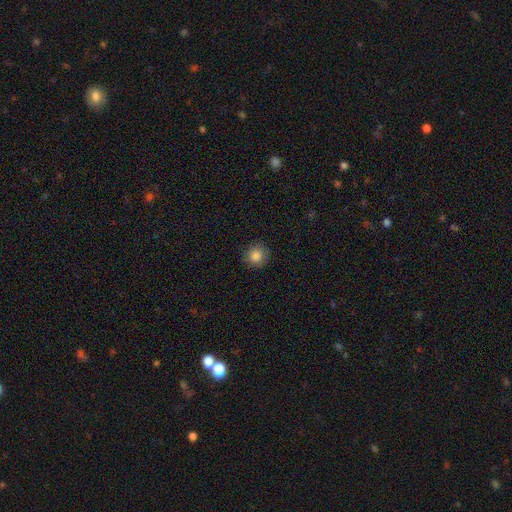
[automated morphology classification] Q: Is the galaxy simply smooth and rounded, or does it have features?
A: smooth — 85%.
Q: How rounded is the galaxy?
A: round — 91%.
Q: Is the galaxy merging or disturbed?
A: none — 86%.